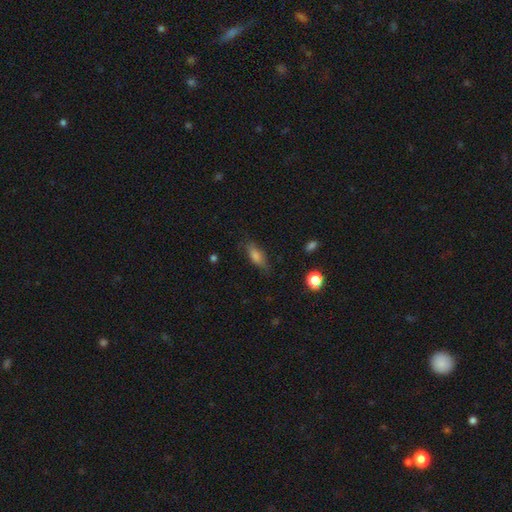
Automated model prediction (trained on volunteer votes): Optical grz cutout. It shows a smooth galaxy with no disk features (68%) that is in between round and cigar-shaped (60%). Merging: none (74%).